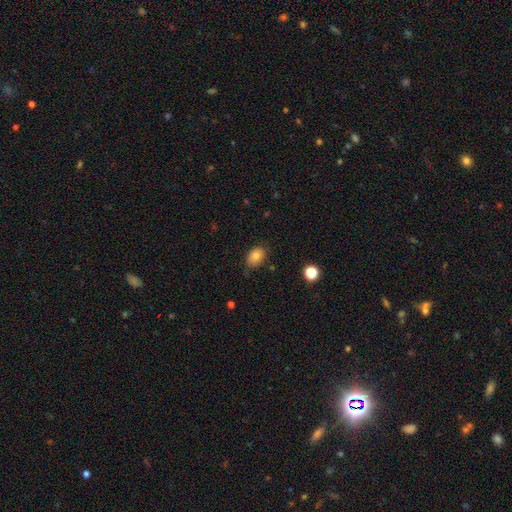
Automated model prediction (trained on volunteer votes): Overall: smooth (82%). How rounded: in between (78%). Merging: none (76%).